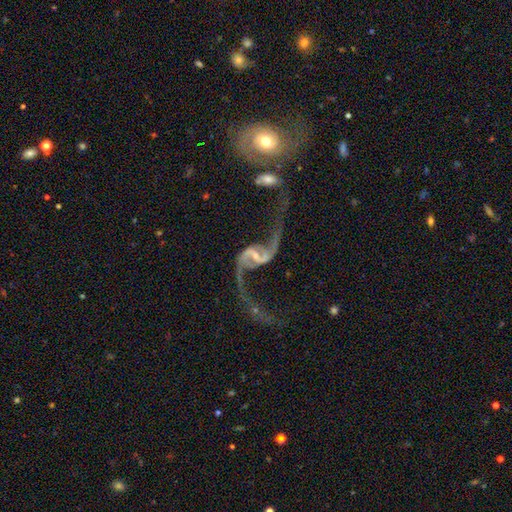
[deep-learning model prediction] Smooth or featured? featured or disk (91%)
Edge-on disk? no (97%)
Bar? weak (45%)
Spiral arms? yes (96%)
Spiral winding? loose (90%)
Spiral arm count? 2 (93%)
Bulge size? small (59%)
Merging? none (42%)